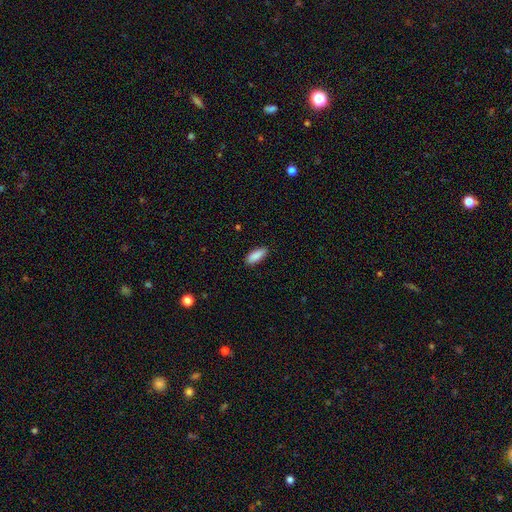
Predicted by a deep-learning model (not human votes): Smooth or featured? smooth (90%)
How rounded? in between (74%)
Merging? none (87%)